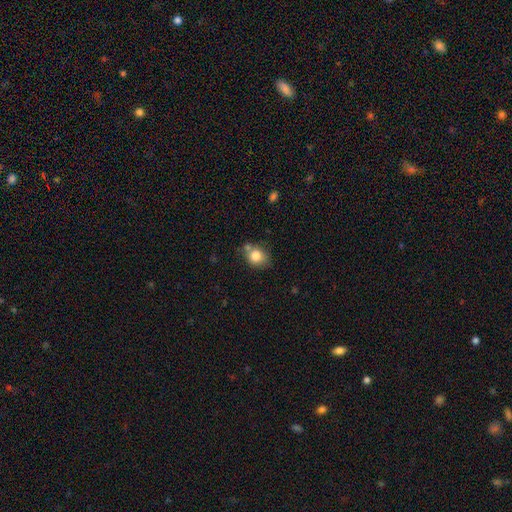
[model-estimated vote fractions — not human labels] smooth_or_featured: smooth (p=0.80) [alt: featured or disk p=0.11]
how_rounded: round (p=0.60) [alt: in between p=0.39]
merging: none (p=0.59) [alt: minor disturbance p=0.20]